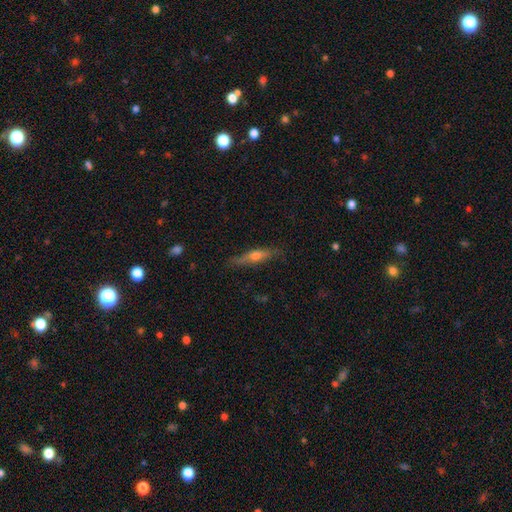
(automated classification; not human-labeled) featured or disk 55%, smooth 38%, star or artifact 7%. Down the decision tree: edge-on disk — yes (92%); edge-on bulge — rounded (89%); merging — none (82%).